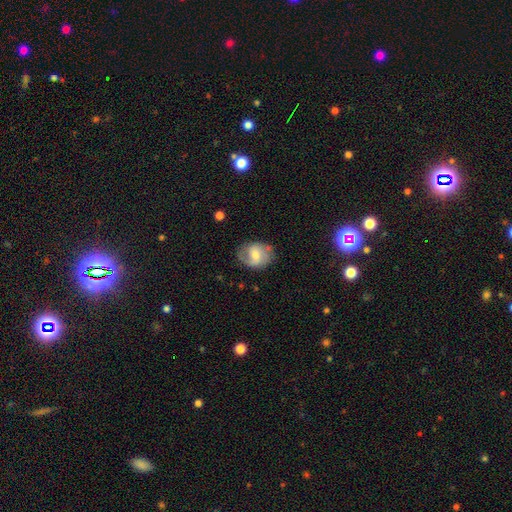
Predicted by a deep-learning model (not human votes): smooth_or_featured: featured or disk (p=0.54) [alt: smooth p=0.39]
disk_edge_on: no (p=0.97) [alt: yes p=0.03]
bar: weak (p=0.47) [alt: no p=0.39]
has_spiral_arms: yes (p=0.81) [alt: no p=0.19]
bulge_size: moderate (p=0.51) [alt: small p=0.39]
merging: none (p=0.69) [alt: minor disturbance p=0.21]